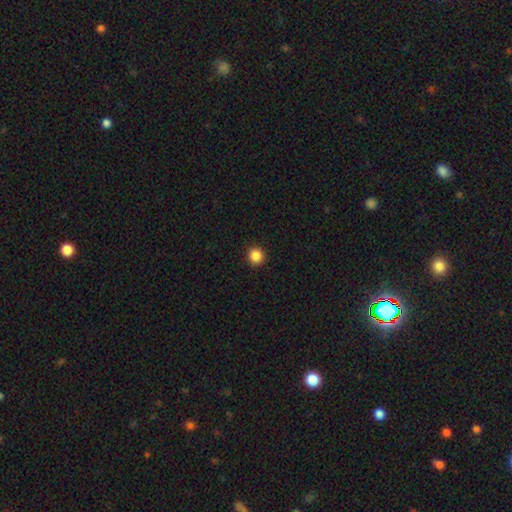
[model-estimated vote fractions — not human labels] A smooth galaxy with no disk features (86%) that is round (94%).

Vote fractions:
- Smooth or featured? smooth: 86% / star or artifact: 11% / featured or disk: 3%
- How rounded? round: 94% / in between: 5% / cigar-shaped: 1%
- Merging? none: 93% / minor disturbance: 5% / major disturbance: 2% / merger: 1%